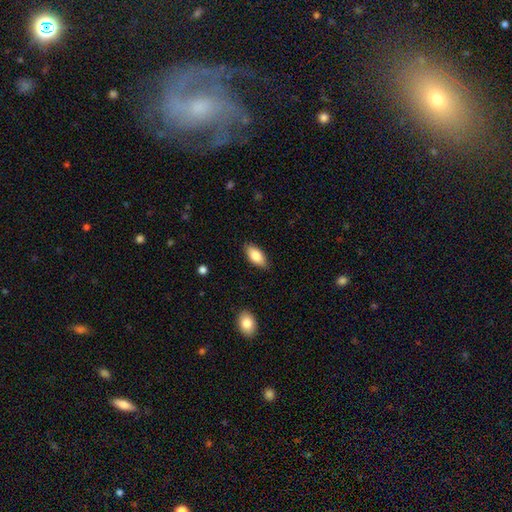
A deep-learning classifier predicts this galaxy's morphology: Smooth or featured? Predicted: smooth (p=0.84). How rounded? Predicted: in between (p=0.90). Merging? Predicted: none (p=0.84).